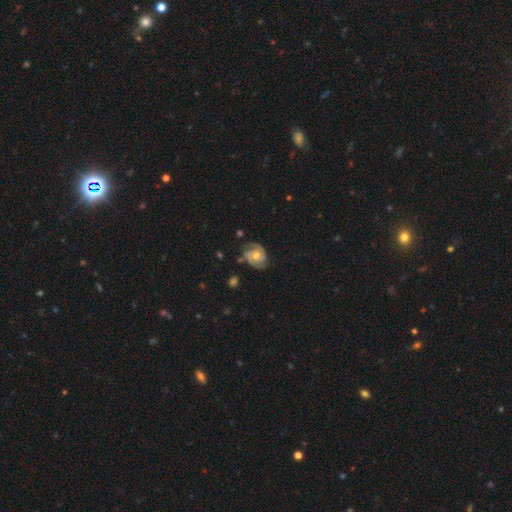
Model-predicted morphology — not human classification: Smooth or featured? featured or disk (82%)
Edge-on disk? no (98%)
Bar? no (67%)
Spiral arms? yes (96%)
Spiral winding? tight (52%)
Spiral arm count? 2 (78%)
Bulge size? moderate (62%)
Merging? none (73%)